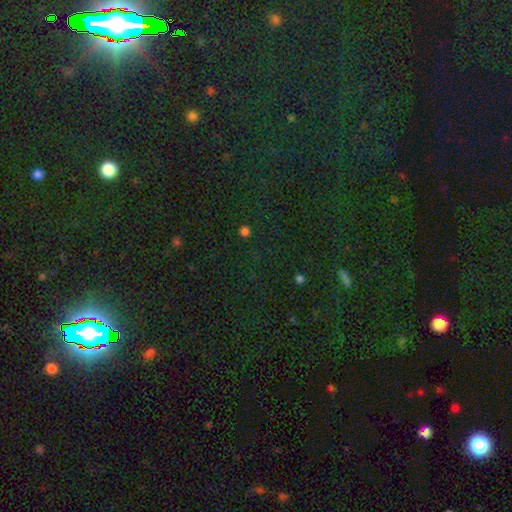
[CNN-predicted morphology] smooth_or_featured: star or artifact (p=0.82) [alt: smooth p=0.10]